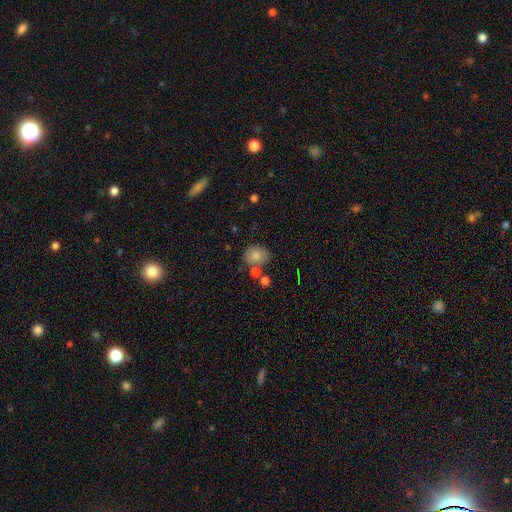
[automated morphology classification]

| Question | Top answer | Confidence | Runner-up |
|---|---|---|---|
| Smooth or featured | smooth | 79% | featured or disk (12%) |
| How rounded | round | 70% | in between (29%) |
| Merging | none | 64% | minor disturbance (16%) |